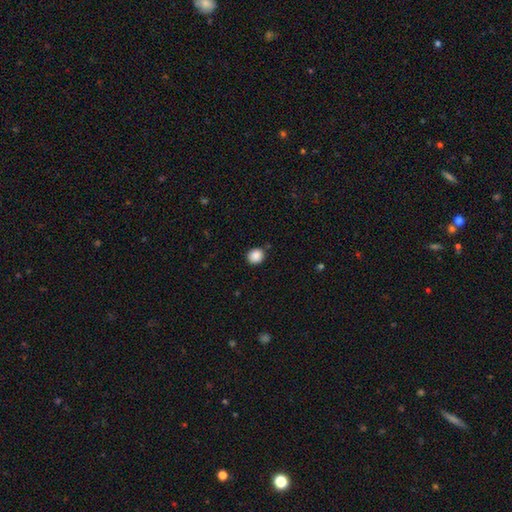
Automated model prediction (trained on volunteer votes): This is clearly a smooth galaxy (88%). How rounded: likely round (78%). Merging: clearly none (86%).